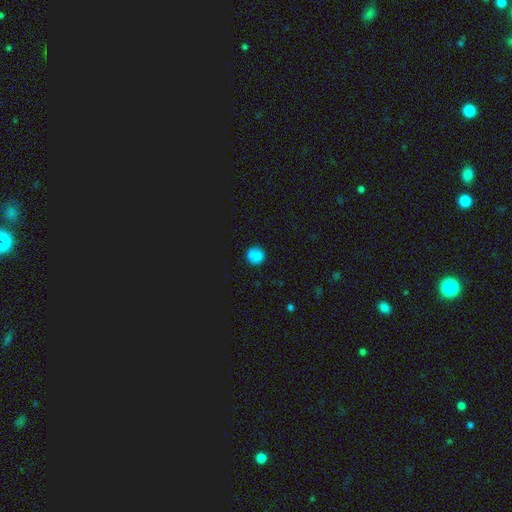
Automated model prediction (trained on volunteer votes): A smooth galaxy with no disk features (79%) that is round (91%).

Vote fractions:
- Smooth or featured? smooth: 79% / star or artifact: 15% / featured or disk: 7%
- How rounded? round: 91% / in between: 8% / cigar-shaped: 1%
- Merging? none: 78% / minor disturbance: 13% / merger: 6% / major disturbance: 3%